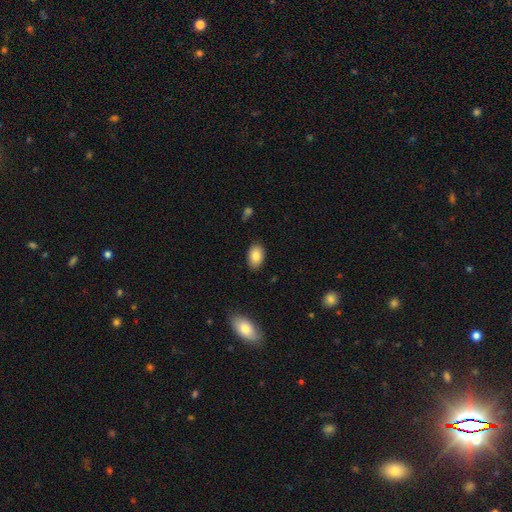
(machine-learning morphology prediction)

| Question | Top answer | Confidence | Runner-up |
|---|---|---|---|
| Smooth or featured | smooth | 85% | featured or disk (8%) |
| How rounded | in between | 89% | round (10%) |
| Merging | none | 86% | minor disturbance (10%) |